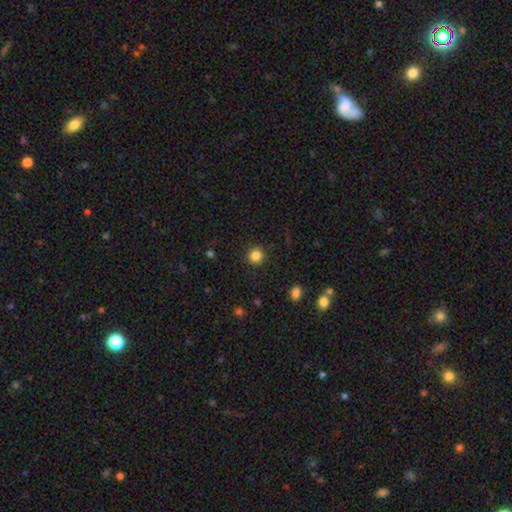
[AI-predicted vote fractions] smooth_or_featured: smooth (p=0.85) [alt: star or artifact p=0.11]
how_rounded: round (p=0.93) [alt: in between p=0.06]
merging: none (p=0.91) [alt: minor disturbance p=0.06]